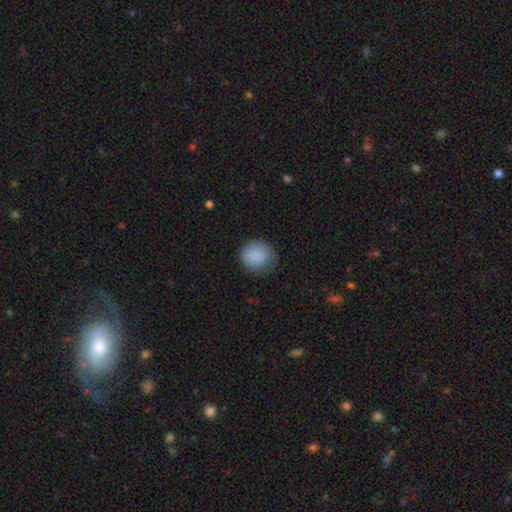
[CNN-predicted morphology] This appears to be a smooth galaxy with no disk features (85%) that is round (80%). Merging: none (65%).